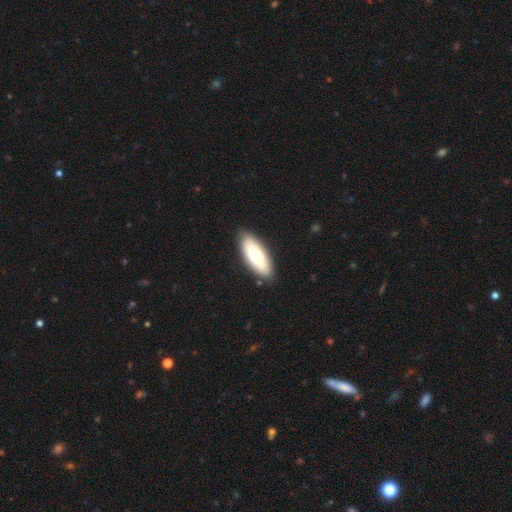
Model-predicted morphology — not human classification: The model was most divided on "smooth or featured": smooth: 70%, featured or disk: 24%, star or artifact: 5%. More confident: merging — none (86%); how rounded — in between (72%).